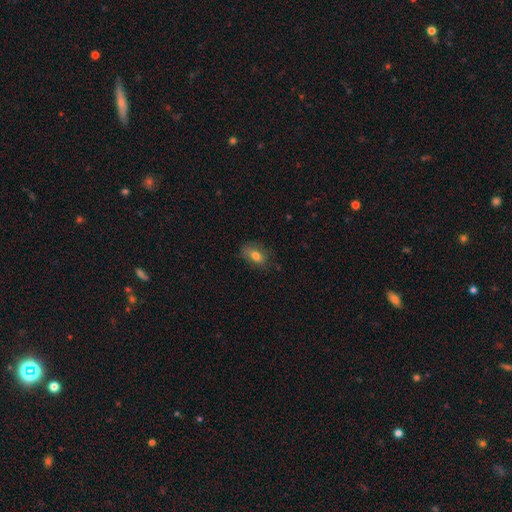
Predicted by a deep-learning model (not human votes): Morphology: type=smooth (76%); roundness=in between (82%); merging=none (72%).